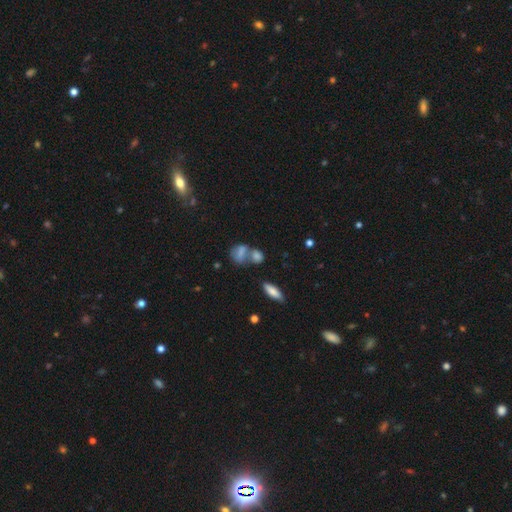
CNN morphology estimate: Smooth or featured? smooth (42%)
Merging? none (54%)